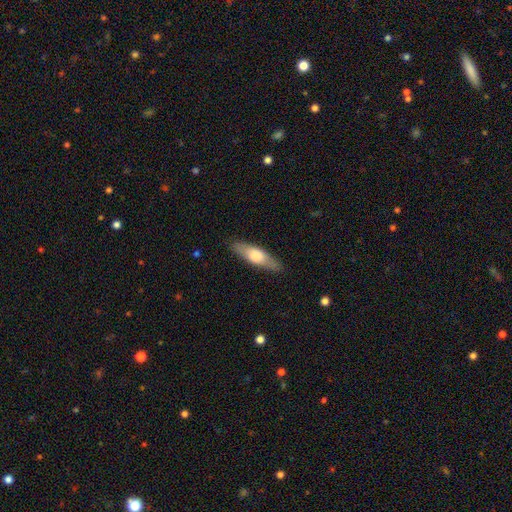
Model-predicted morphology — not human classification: smooth 58%, featured or disk 36%, star or artifact 5%. Down the decision tree: how rounded — cigar-shaped (57%); merging — none (86%).